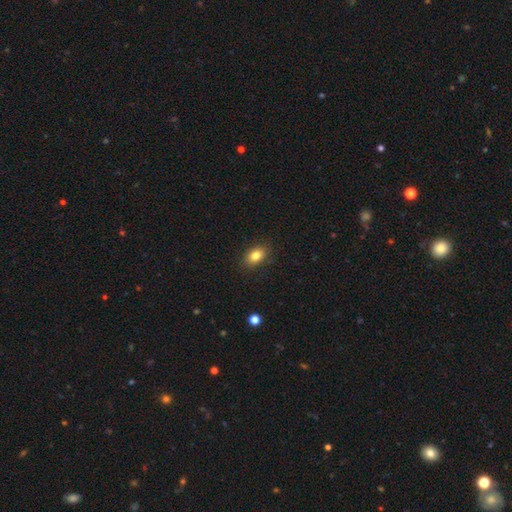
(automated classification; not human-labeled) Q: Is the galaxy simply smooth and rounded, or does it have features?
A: smooth — 83%.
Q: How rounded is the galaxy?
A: in between — 85%.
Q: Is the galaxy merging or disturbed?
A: none — 87%.